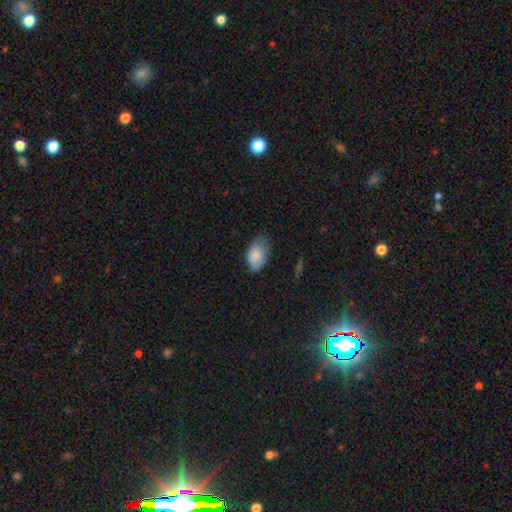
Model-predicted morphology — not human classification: Smooth or featured? smooth (81%)
How rounded? in between (91%)
Merging? none (48%)